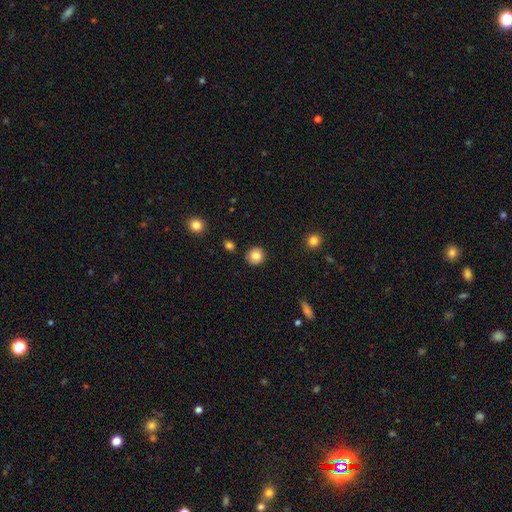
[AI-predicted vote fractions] Q: Smooth or featured?
A: smooth (83%); runner-up: star or artifact (9%)
Q: How rounded?
A: round (90%); runner-up: in between (9%)
Q: Merging?
A: none (88%); runner-up: minor disturbance (8%)